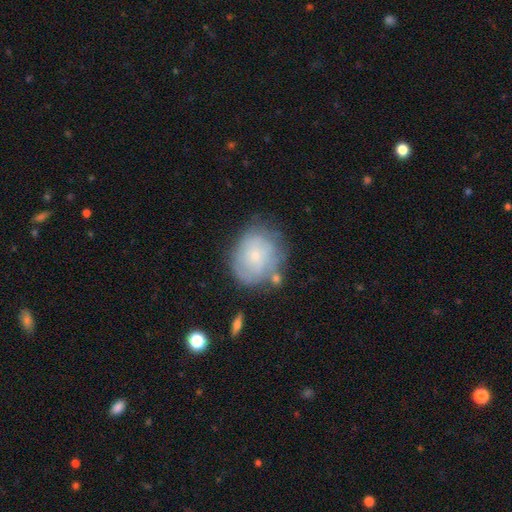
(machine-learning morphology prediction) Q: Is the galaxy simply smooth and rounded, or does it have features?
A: smooth — 53%.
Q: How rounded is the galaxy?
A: round — 61%.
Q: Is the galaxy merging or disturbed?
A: none — 60%.